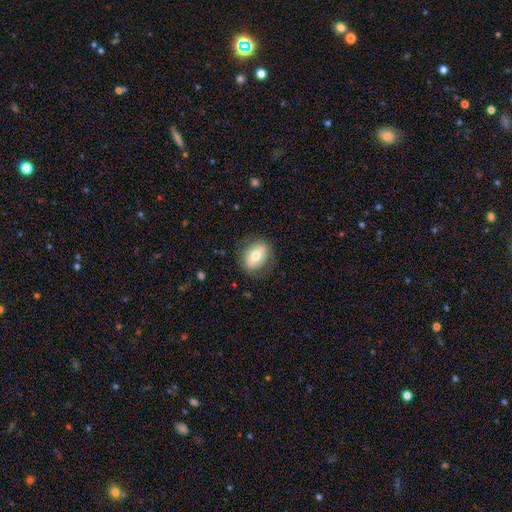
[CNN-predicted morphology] type=smooth (63%); roundness=in between (66%); merging=none (79%).